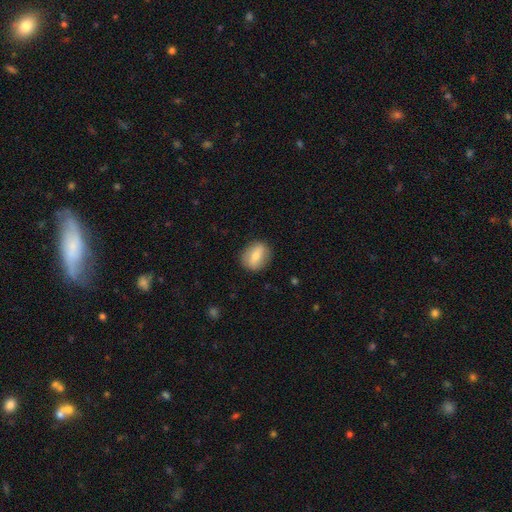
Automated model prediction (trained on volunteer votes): Q: Smooth or featured?
A: smooth (65%); runner-up: featured or disk (27%)
Q: How rounded?
A: round (50%); runner-up: in between (48%)
Q: Merging?
A: none (86%); runner-up: minor disturbance (10%)